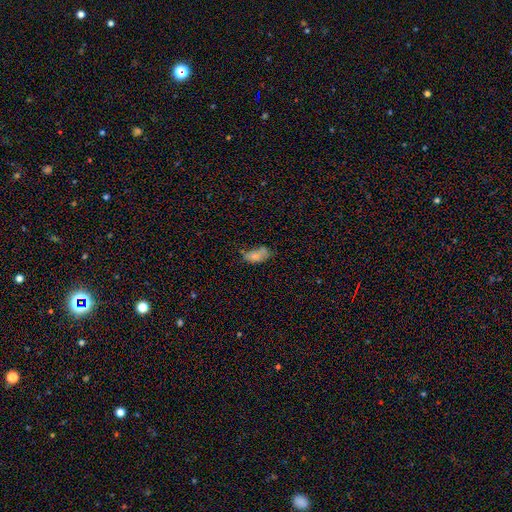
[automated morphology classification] smooth_or_featured: smooth (p=0.73) [alt: featured or disk p=0.17]
how_rounded: in between (p=0.90) [alt: cigar-shaped p=0.06]
merging: none (p=0.40) [alt: minor disturbance p=0.34]